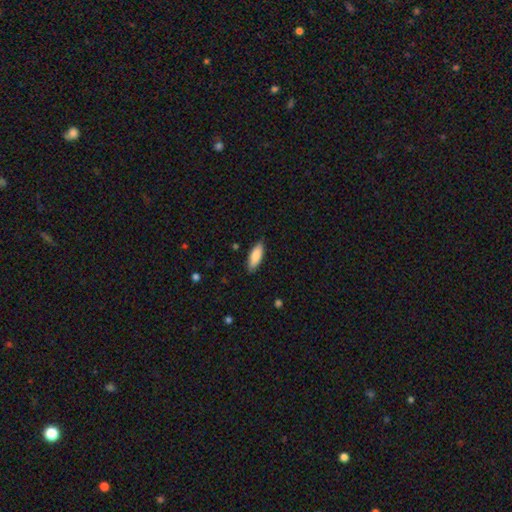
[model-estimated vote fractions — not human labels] smooth 84%, featured or disk 10%, star or artifact 6%. Down the decision tree: how rounded — in between (65%); merging — none (87%).